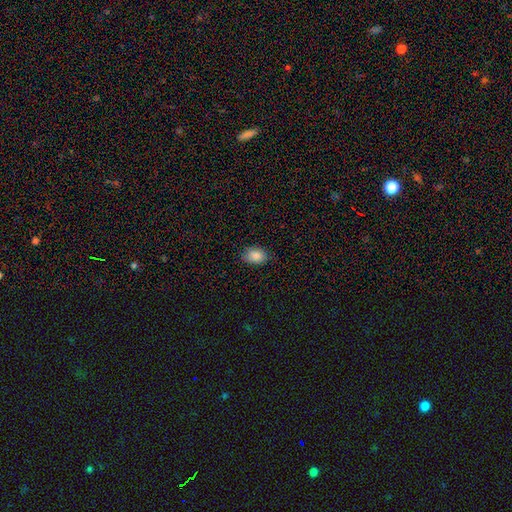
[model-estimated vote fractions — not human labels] The model was most divided on "merging": none: 79%, minor disturbance: 17%, major disturbance: 3%, merger: 1%. More confident: smooth or featured — smooth (86%); how rounded — in between (82%).